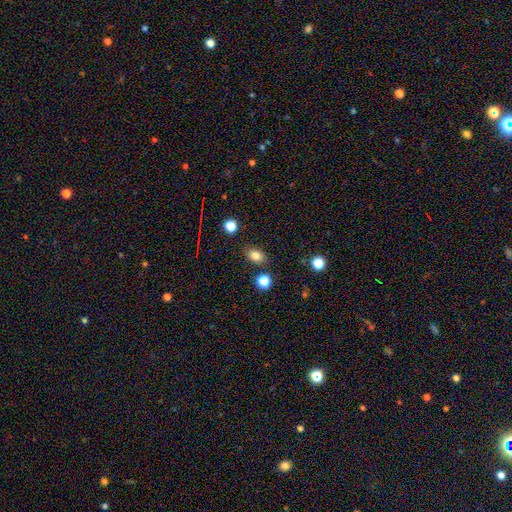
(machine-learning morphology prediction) Smooth or featured?
  - smooth: 81% *
  - star or artifact: 11%
  - featured or disk: 7%
How rounded?
  - in between: 77% *
  - round: 21%
  - cigar-shaped: 2%
Merging?
  - none: 83% *
  - minor disturbance: 10%
  - merger: 4%
  - major disturbance: 3%